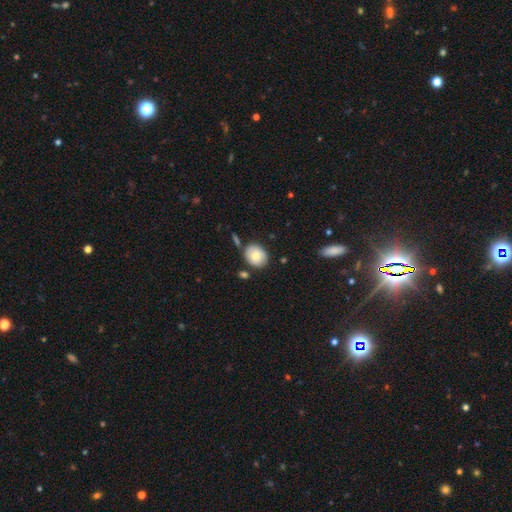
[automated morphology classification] Q: Smooth or featured?
A: smooth (77%); runner-up: featured or disk (15%)
Q: How rounded?
A: round (57%); runner-up: in between (42%)
Q: Merging?
A: none (74%); runner-up: minor disturbance (15%)